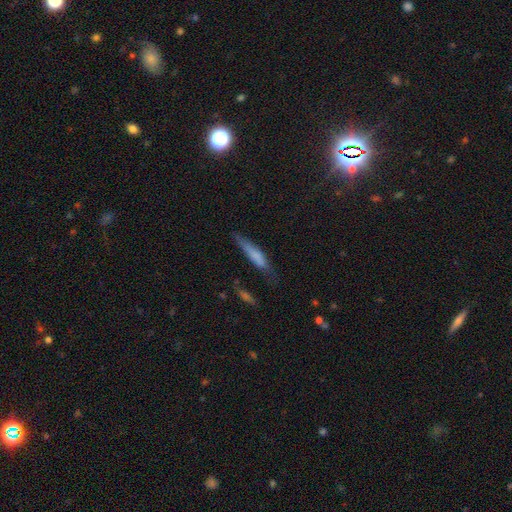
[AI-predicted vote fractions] Smooth or featured?
  - smooth: 66% *
  - featured or disk: 26%
  - star or artifact: 8%
How rounded?
  - cigar-shaped: 86% *
  - in between: 12%
  - round: 2%
Merging?
  - none: 58% *
  - minor disturbance: 28%
  - major disturbance: 10%
  - merger: 4%